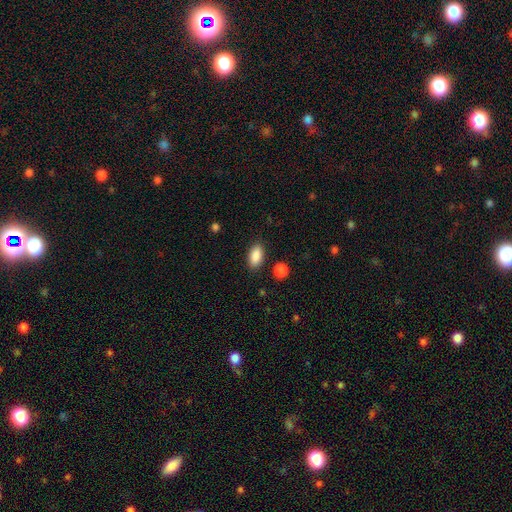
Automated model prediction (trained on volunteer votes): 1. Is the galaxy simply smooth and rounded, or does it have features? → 89% smooth, 7% star or artifact, 4% featured or disk.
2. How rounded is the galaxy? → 91% in between, 5% round, 4% cigar-shaped.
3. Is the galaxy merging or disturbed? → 86% none, 9% minor disturbance, 3% major disturbance, 2% merger.